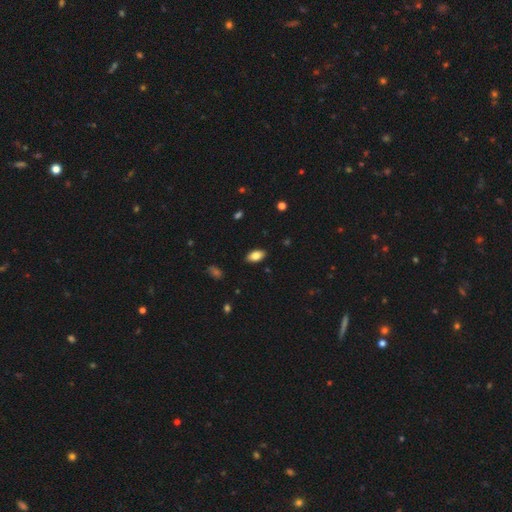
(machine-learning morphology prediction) Q: Smooth or featured?
A: smooth (84%); runner-up: featured or disk (8%)
Q: How rounded?
A: in between (93%); runner-up: round (4%)
Q: Merging?
A: none (87%); runner-up: minor disturbance (9%)